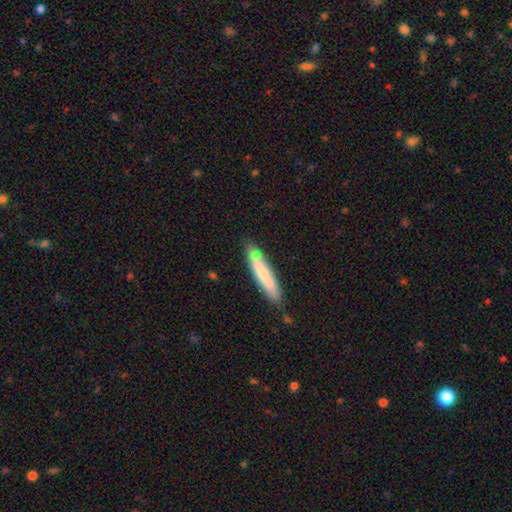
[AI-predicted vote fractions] Overall: smooth (71%). How rounded: cigar-shaped (89%). Merging: none (83%).